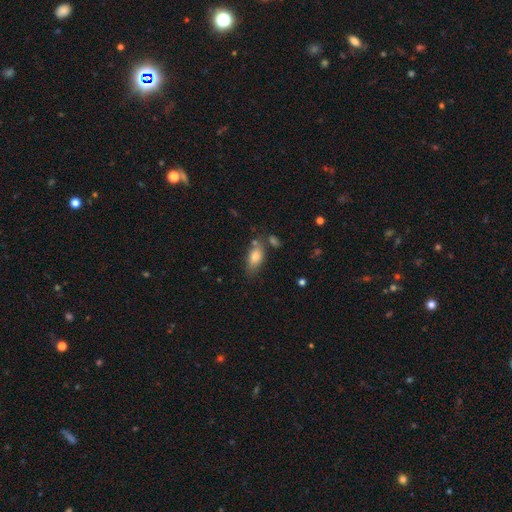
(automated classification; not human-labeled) A smooth galaxy with no disk features (79%) that is in between round and cigar-shaped (87%). Merging: none (63%).